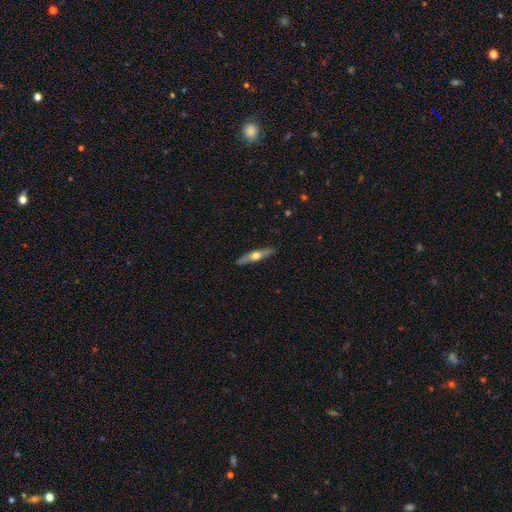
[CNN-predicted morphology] This is possibly a featured or disk galaxy (56%). It is clearly viewed edge-on (92%). Edge-on bulge: clearly rounded (93%). Merging: clearly none (88%).